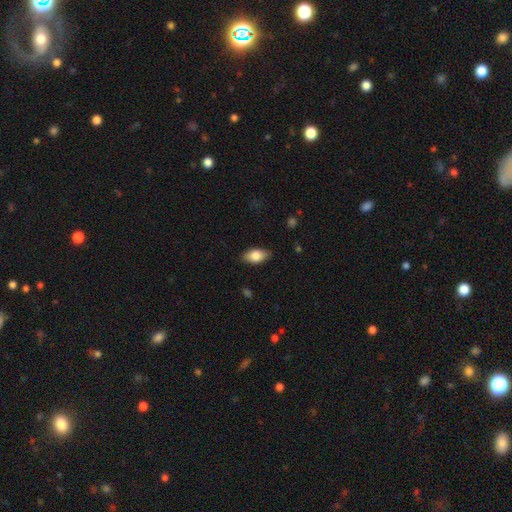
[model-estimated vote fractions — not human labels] This appears to be a smooth galaxy with no disk features (80%) that is in between round and cigar-shaped (91%). Merging: none (86%).